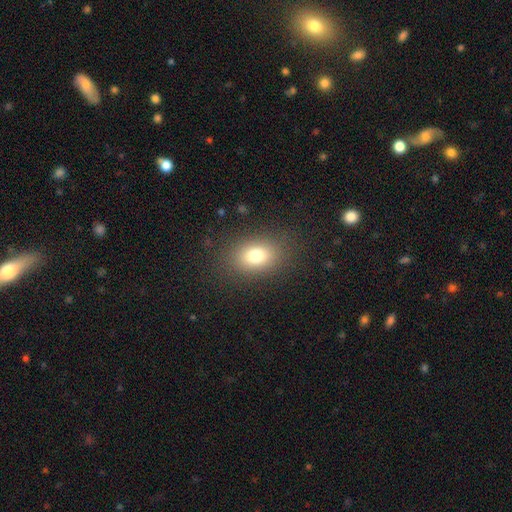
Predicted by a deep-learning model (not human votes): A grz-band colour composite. It shows a smooth galaxy with no disk features (78%) that is in between round and cigar-shaped (70%). Merging: none (84%).